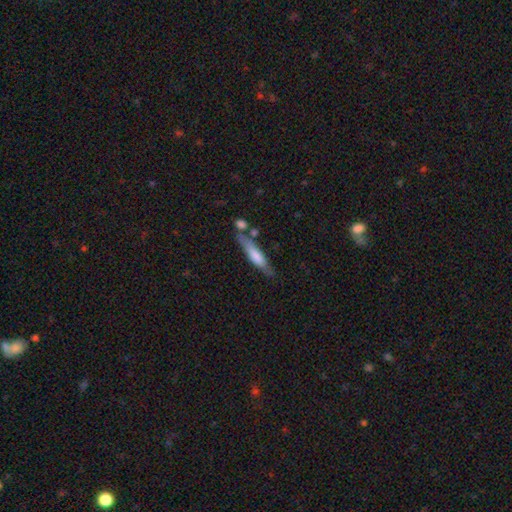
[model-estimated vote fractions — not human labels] smooth-or-featured: smooth: 55% | featured or disk: 38% | star or artifact: 7%
  how-rounded: cigar-shaped: 85% | in between: 13% | round: 2%
  merging: none: 66% | minor disturbance: 19% | merger: 11% | major disturbance: 5%